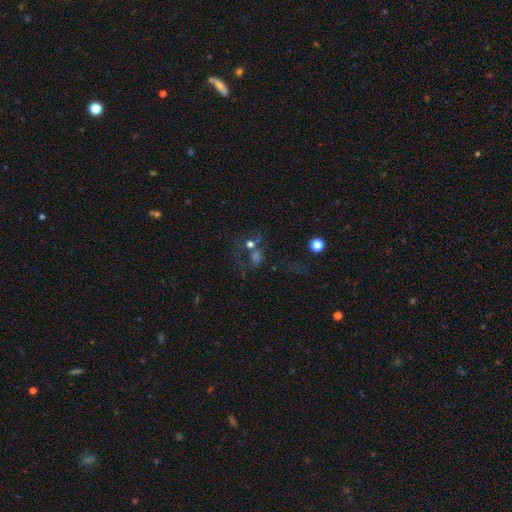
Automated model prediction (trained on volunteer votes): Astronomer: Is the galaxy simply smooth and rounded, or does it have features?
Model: star or artifact — 35% (runner-up: featured or disk, 33%).